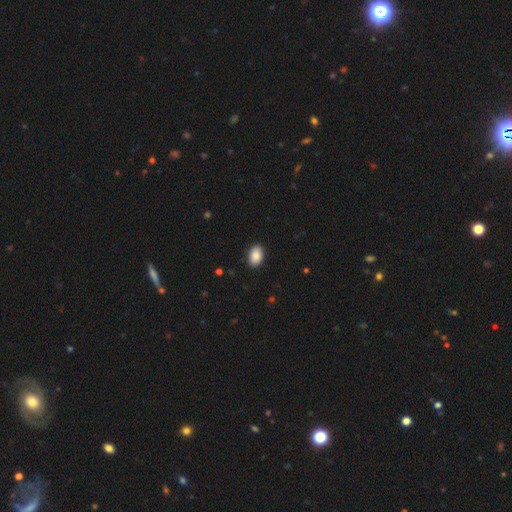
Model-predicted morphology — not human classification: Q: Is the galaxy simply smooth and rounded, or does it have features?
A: smooth — 90%.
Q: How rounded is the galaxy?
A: in between — 90%.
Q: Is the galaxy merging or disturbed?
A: none — 90%.